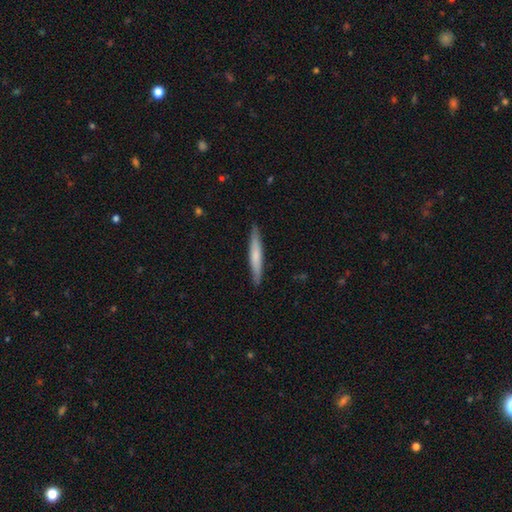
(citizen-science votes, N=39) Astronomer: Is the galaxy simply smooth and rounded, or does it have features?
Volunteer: smooth — 74%.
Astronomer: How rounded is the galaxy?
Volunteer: cigar-shaped — 93%.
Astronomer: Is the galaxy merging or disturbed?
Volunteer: none — 78%.